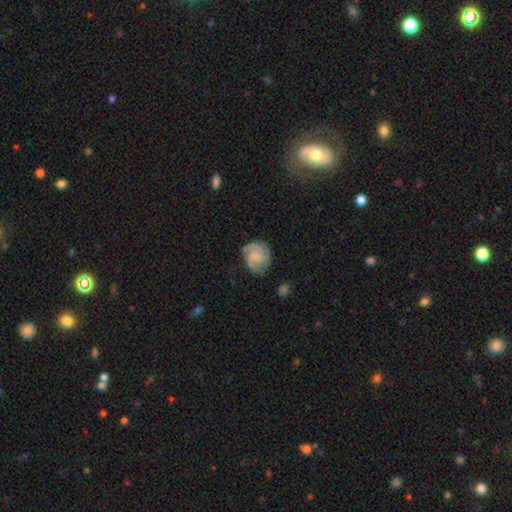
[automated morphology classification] featured or disk 73%, smooth 20%, star or artifact 7%. Down the decision tree: edge-on disk — no (98%); bar — no (64%); spiral arms — yes (94%); spiral arm count — 3 (44%); spiral winding — tight (49%); bulge size — none (54%); merging — none (70%).